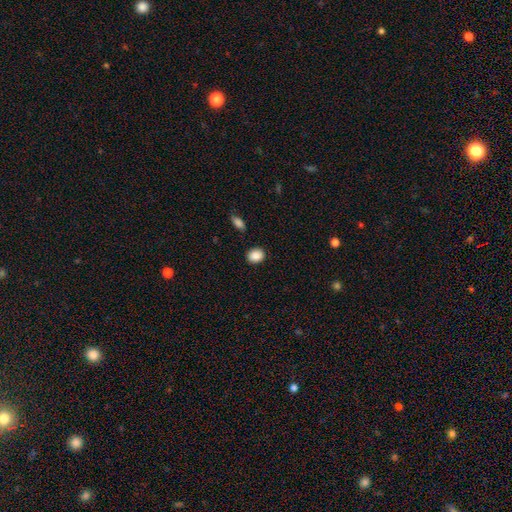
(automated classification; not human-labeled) A smooth galaxy with no disk features (89%) that is round (59%).

Vote fractions:
- Smooth or featured? smooth: 89% / star or artifact: 8% / featured or disk: 3%
- How rounded? round: 59% / in between: 40% / cigar-shaped: 1%
- Merging? none: 87% / minor disturbance: 8% / major disturbance: 2% / merger: 2%